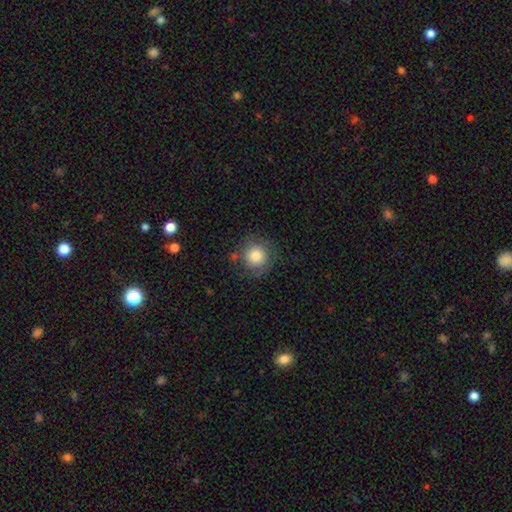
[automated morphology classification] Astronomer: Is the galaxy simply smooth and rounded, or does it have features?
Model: smooth — 72%.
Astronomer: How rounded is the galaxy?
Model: round — 93%.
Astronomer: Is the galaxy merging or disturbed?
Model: none — 73%.